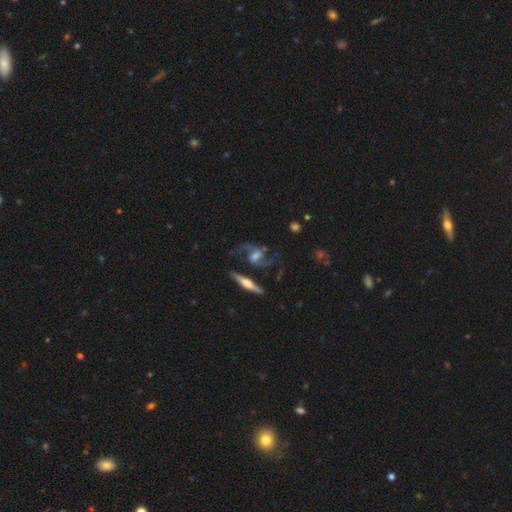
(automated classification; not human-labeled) featured or disk 84%, smooth 9%, star or artifact 6%. Down the decision tree: edge-on disk — no (87%); bar — weak (42%); spiral arms — yes (94%); spiral arm count — 2 (91%); spiral winding — medium (46%); bulge size — moderate (43%); merging — none (61%).